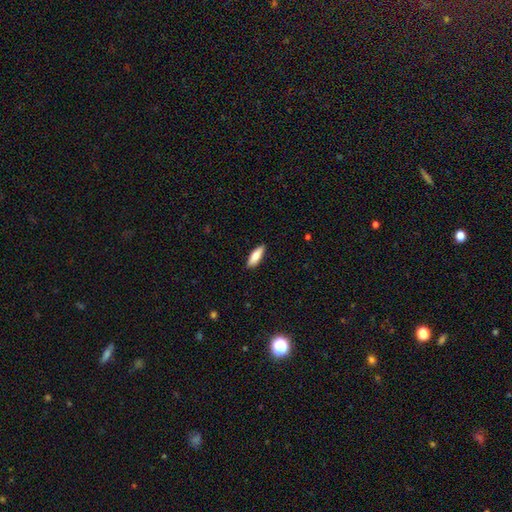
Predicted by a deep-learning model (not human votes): Smooth or featured: smooth — 78% (featured or disk — 16%)
How rounded: in between — 54% (cigar-shaped — 44%)
Merging: none — 88% (minor disturbance — 9%)